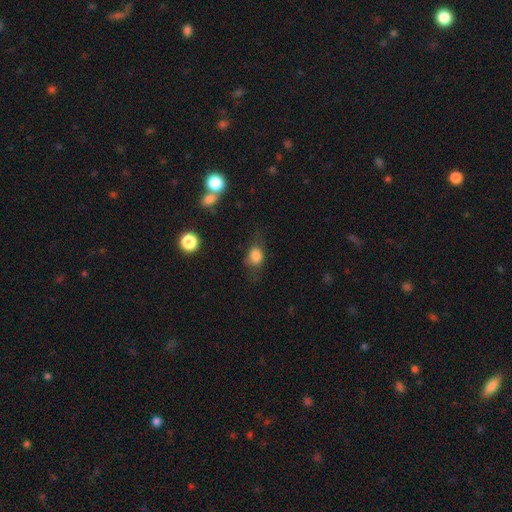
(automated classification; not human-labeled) Overall: smooth (78%). How rounded: round (51%; in between 46%). Merging: none (54%; minor disturbance 27%).